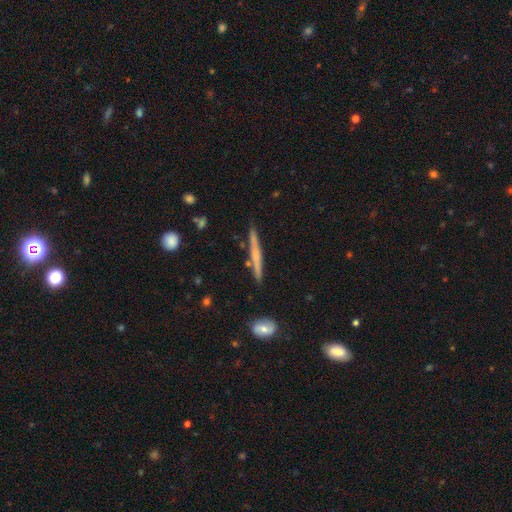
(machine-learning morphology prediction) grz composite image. It shows a featured or disk galaxy (53%) viewed edge-on (97%) with no central bulge (66%). Merging: none (88%).